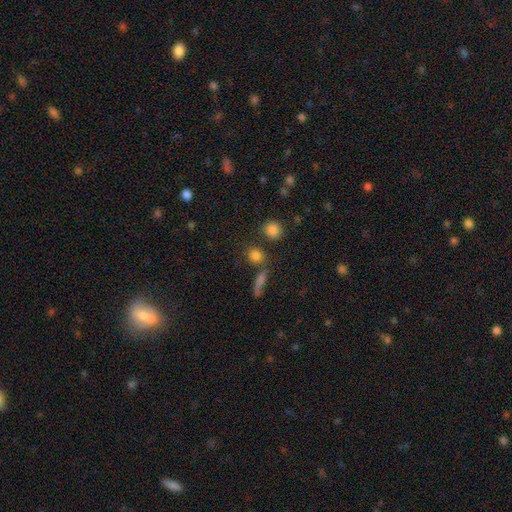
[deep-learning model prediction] Smooth or featured: smooth — 80% (star or artifact — 13%)
How rounded: round — 74% (in between — 22%)
Merging: none — 70% (merger — 17%)